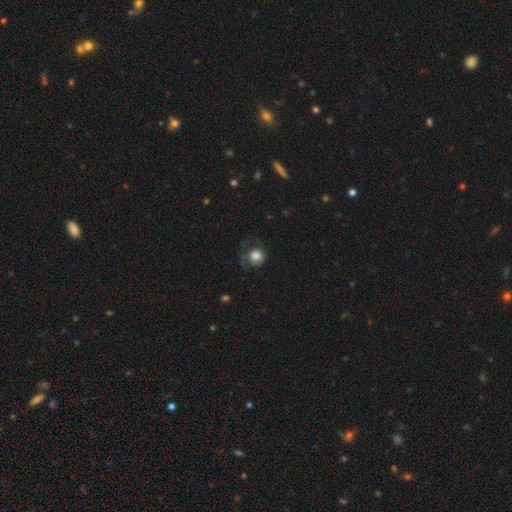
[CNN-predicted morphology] Smooth or featured? smooth (75%)
How rounded? round (87%)
Merging? none (47%)